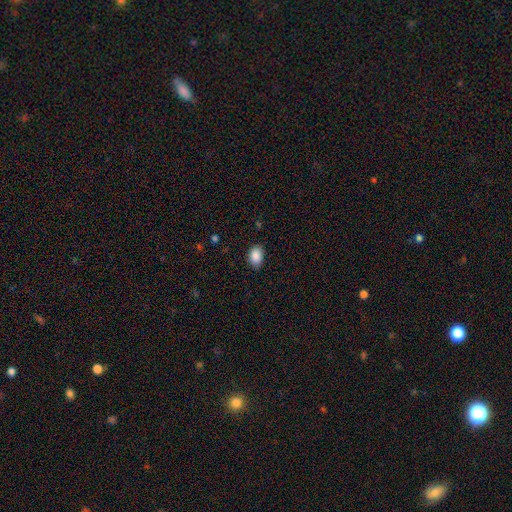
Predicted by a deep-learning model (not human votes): Smooth or featured: smooth — 89% (star or artifact — 8%)
How rounded: in between — 81% (round — 17%)
Merging: none — 82% (minor disturbance — 14%)